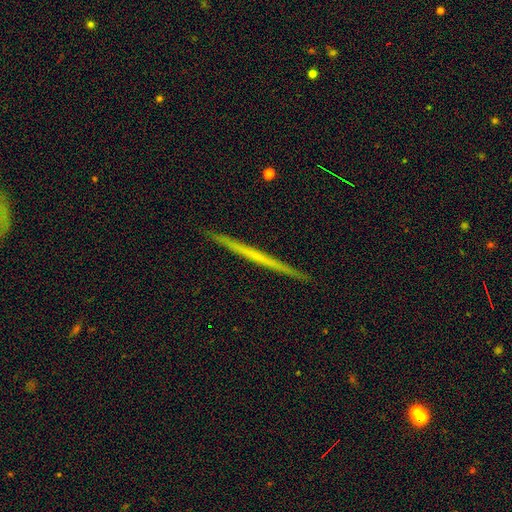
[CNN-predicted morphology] smooth-or-featured: featured or disk: 60% | smooth: 34% | star or artifact: 6%
  disk-edge-on: yes: 98% | no: 2%
    edge-on-bulge: none: 93% | rounded: 5% | boxy: 2%
  merging: none: 93% | minor disturbance: 5% | major disturbance: 1% | merger: 1%